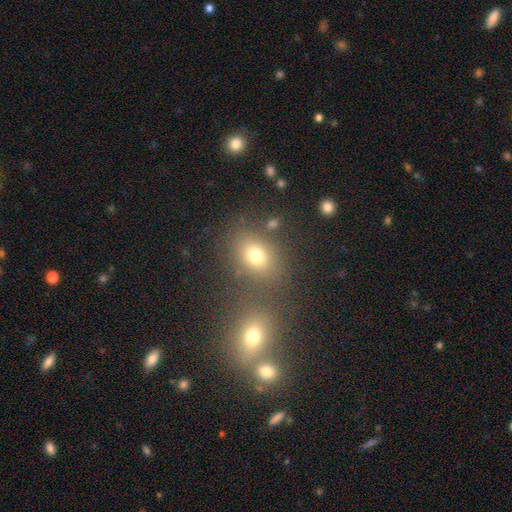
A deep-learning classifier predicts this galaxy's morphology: This is likely a smooth galaxy (72%). How rounded: possibly in between (52%). Merging: likely none (69%).